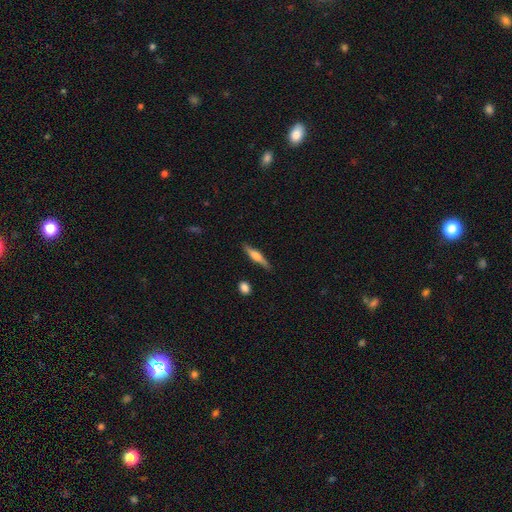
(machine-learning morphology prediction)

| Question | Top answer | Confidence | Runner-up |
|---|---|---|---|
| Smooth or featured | featured or disk | 47% | tied: smooth (47%) |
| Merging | none | 84% | minor disturbance (11%) |